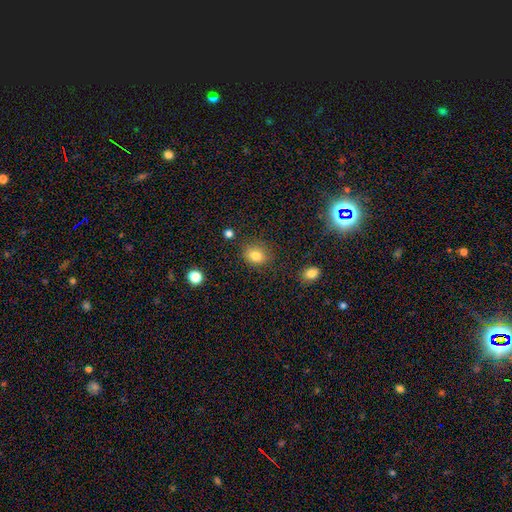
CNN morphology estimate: A smooth galaxy with no disk features (82%) that is round (54%).

Vote fractions:
- Smooth or featured? smooth: 82% / star or artifact: 11% / featured or disk: 7%
- How rounded? round: 54% / in between: 45% / cigar-shaped: 1%
- Merging? none: 81% / minor disturbance: 13% / major disturbance: 3% / merger: 3%